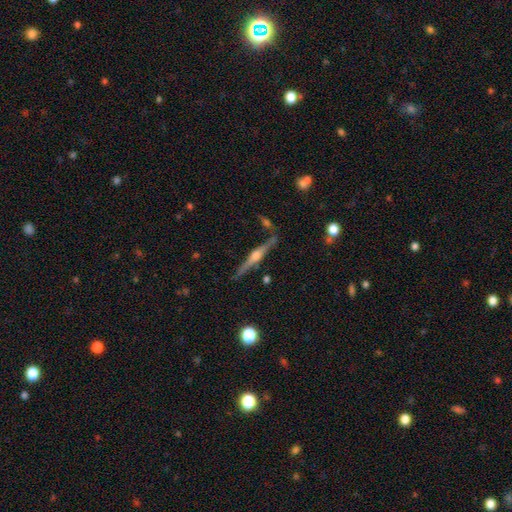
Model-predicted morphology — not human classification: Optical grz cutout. It shows a featured or disk galaxy (83%) viewed edge-on (98%) with a rounded central bulge (92%). Merging: none (85%).